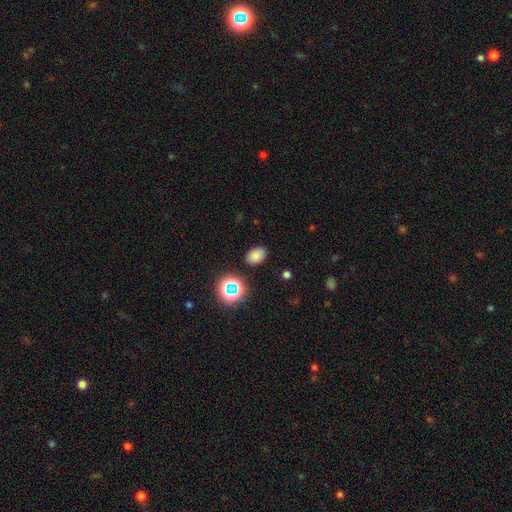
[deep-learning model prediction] A smooth galaxy with no disk features (77%) that is in between round and cigar-shaped (81%).

Vote fractions:
- Smooth or featured? smooth: 77% / star or artifact: 17% / featured or disk: 7%
- How rounded? in between: 81% / round: 18% / cigar-shaped: 1%
- Merging? none: 85% / minor disturbance: 11% / major disturbance: 3% / merger: 2%